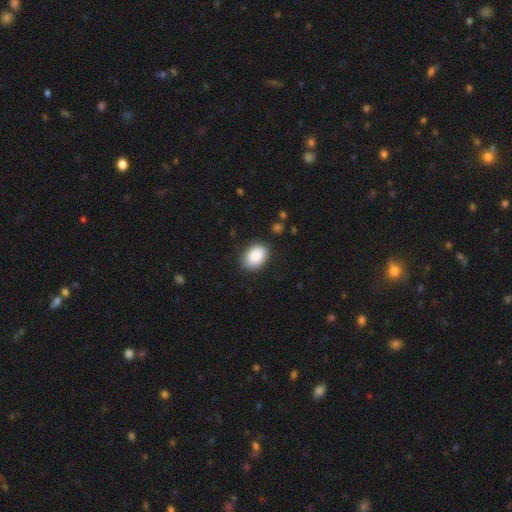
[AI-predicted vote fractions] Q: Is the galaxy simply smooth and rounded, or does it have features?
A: smooth — 90%.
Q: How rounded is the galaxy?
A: in between — 81%.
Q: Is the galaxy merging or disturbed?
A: none — 84%.